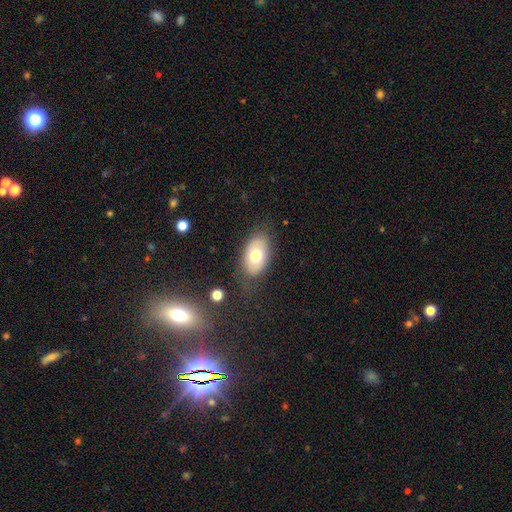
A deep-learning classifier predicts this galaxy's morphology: A smooth galaxy with no disk features (69%) that is in between round and cigar-shaped (90%). Merging: none (78%).